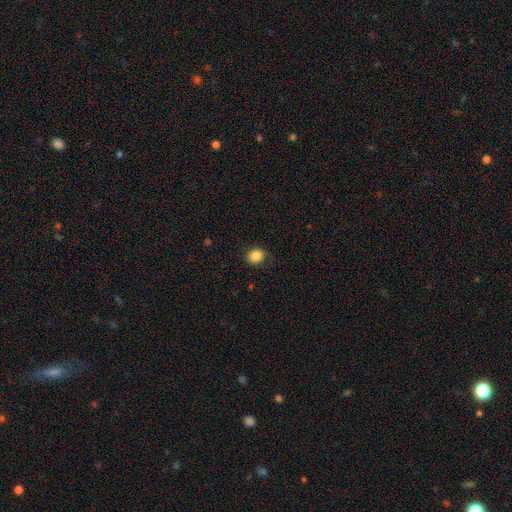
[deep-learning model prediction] A smooth galaxy with no disk features (85%) that is round (75%). Merging: none (79%).